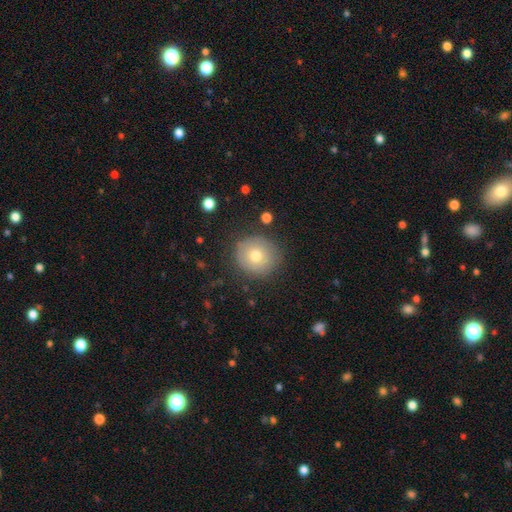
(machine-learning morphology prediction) This is likely a smooth galaxy (72%). How rounded: clearly round (90%). Merging: clearly none (85%).